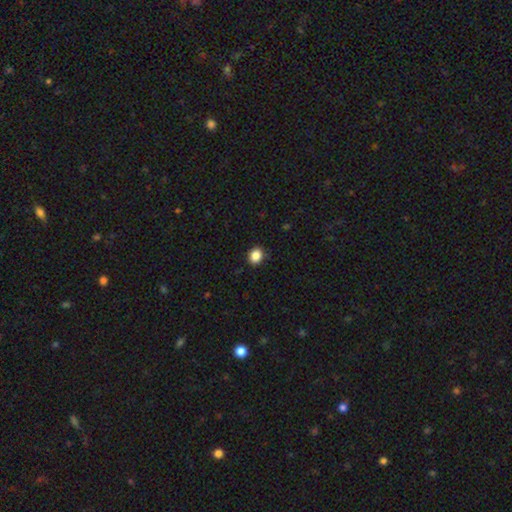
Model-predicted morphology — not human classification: This appears to be a smooth galaxy with no disk features (87%) that is round (60%). Merging: none (89%).